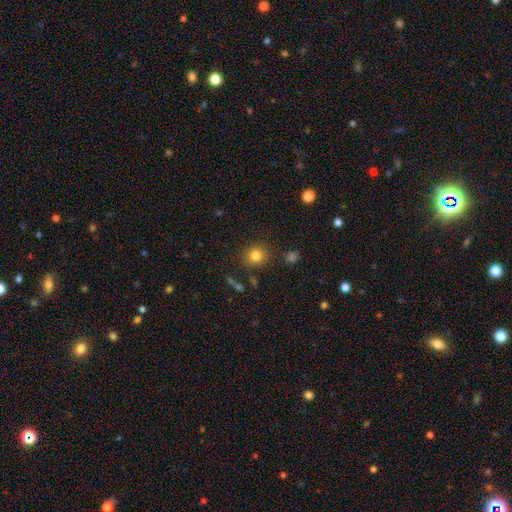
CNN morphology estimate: type=smooth (81%); roundness=round (84%); merging=none (85%).